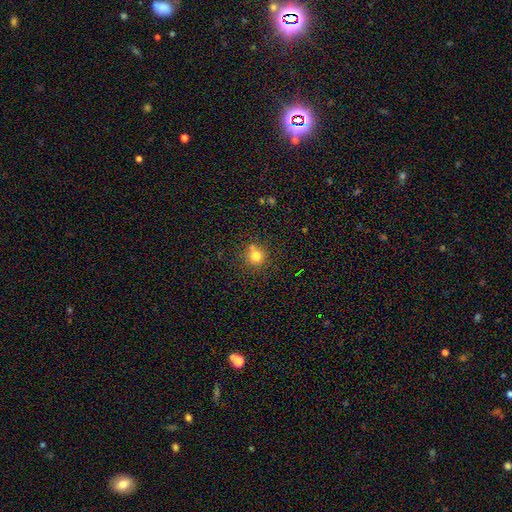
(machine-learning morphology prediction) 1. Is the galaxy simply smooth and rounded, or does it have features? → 78% smooth, 14% star or artifact, 8% featured or disk.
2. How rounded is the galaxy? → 90% round, 9% in between, 1% cigar-shaped.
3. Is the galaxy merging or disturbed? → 70% none, 15% merger, 11% minor disturbance, 4% major disturbance.